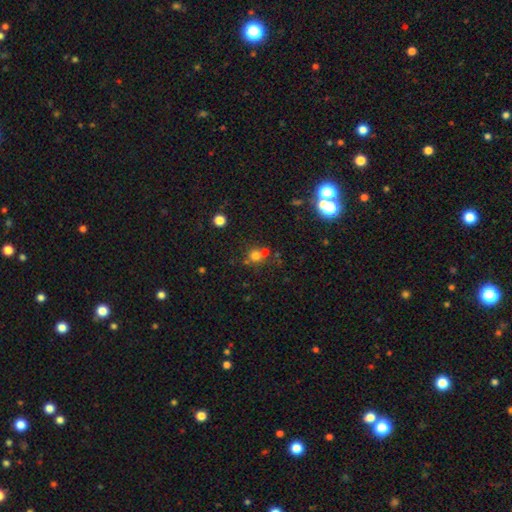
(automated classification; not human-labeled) Overall: smooth (67%). How rounded: round (87%). Merging: none (52%; merger 33%).